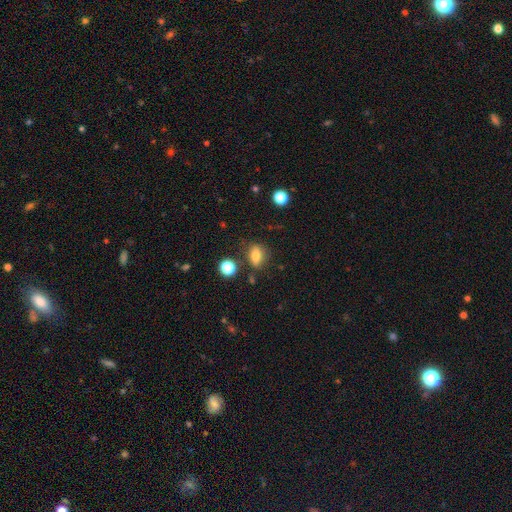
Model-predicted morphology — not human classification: Smooth or featured? Predicted: smooth (p=0.75). How rounded? Predicted: in between (p=0.70). Merging? Predicted: none (p=0.71).